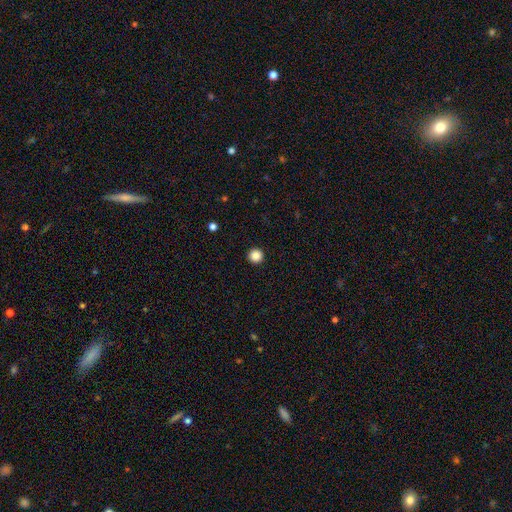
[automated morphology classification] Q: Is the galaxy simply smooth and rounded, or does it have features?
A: smooth — 87%.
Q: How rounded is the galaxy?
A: round — 96%.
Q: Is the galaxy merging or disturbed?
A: none — 94%.